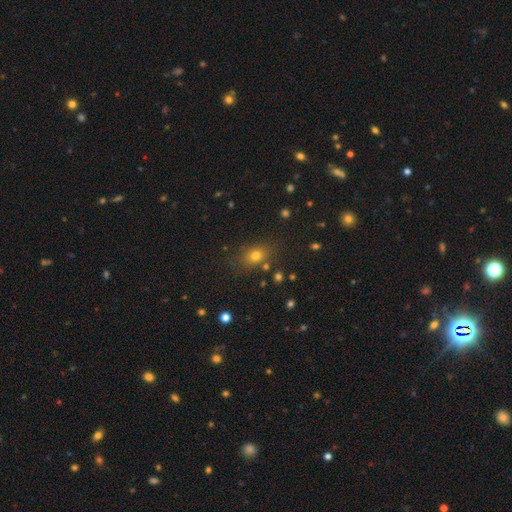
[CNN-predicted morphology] smooth-or-featured: smooth: 73% | star or artifact: 17% | featured or disk: 10%
  how-rounded: in between: 61% | round: 37% | cigar-shaped: 2%
  merging: none: 79% | minor disturbance: 12% | merger: 4% | major disturbance: 4%